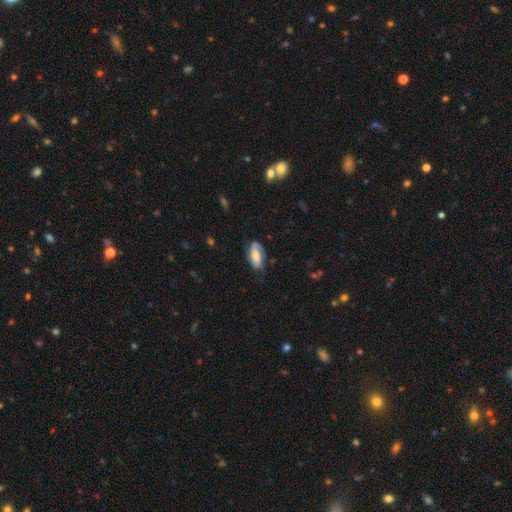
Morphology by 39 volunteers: This appears to be a smooth galaxy with no disk features (51%) that is in between round and cigar-shaped (85%). Merging: none (46%).